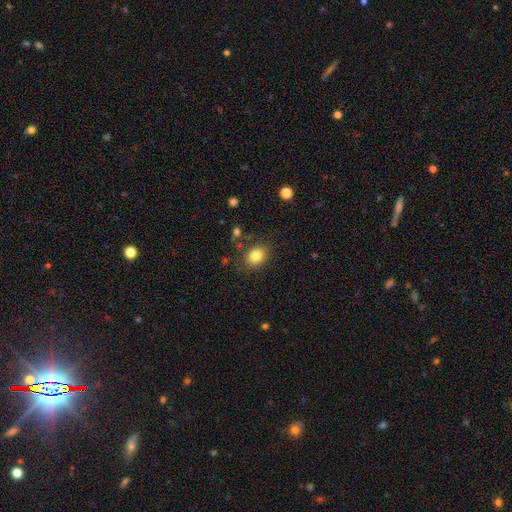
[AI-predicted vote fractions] smooth-or-featured: smooth: 82% | star or artifact: 11% | featured or disk: 8%
  how-rounded: round: 52% | in between: 47% | cigar-shaped: 1%
  merging: none: 80% | minor disturbance: 13% | major disturbance: 4% | merger: 3%